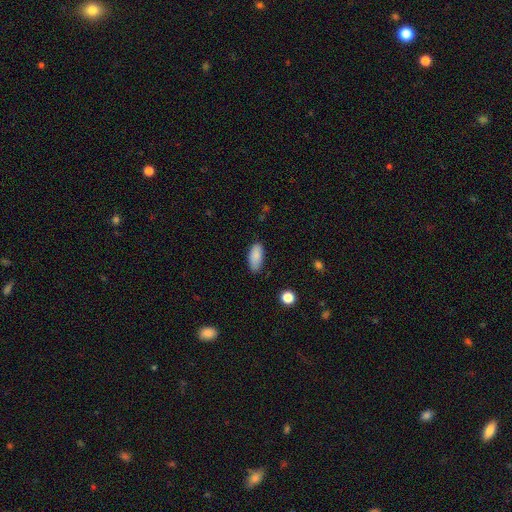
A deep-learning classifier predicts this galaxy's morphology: type=smooth (87%); roundness=in between (89%); merging=none (79%).